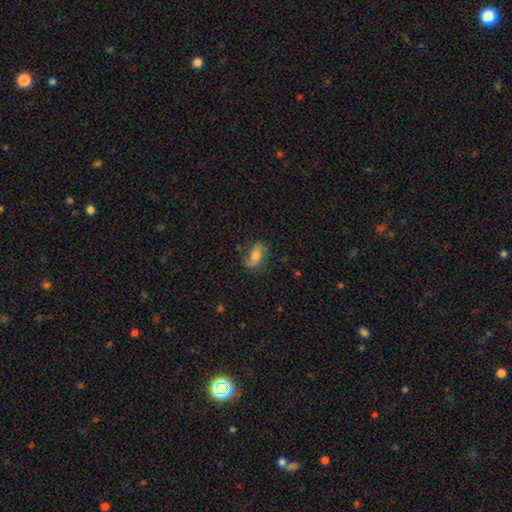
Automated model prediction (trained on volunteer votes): featured or disk 59%, smooth 33%, star or artifact 9%. Down the decision tree: edge-on disk — no (94%); bar — no (52%); spiral arms — yes (88%); bulge size — moderate (58%); merging — none (70%).